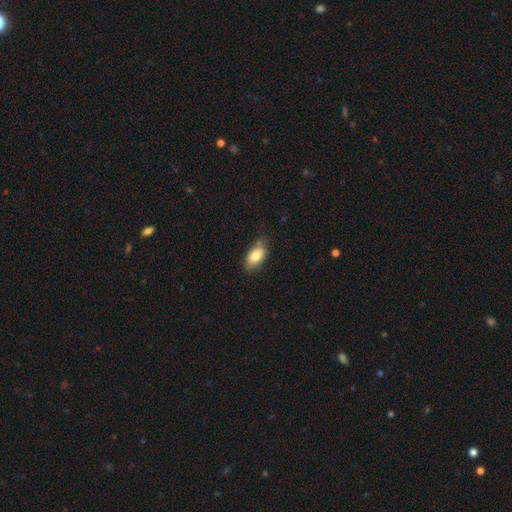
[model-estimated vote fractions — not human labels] smooth-or-featured: smooth: 82% | featured or disk: 11% | star or artifact: 7%
  how-rounded: in between: 90% | round: 6% | cigar-shaped: 4%
  merging: none: 70% | minor disturbance: 23% | major disturbance: 4% | merger: 3%